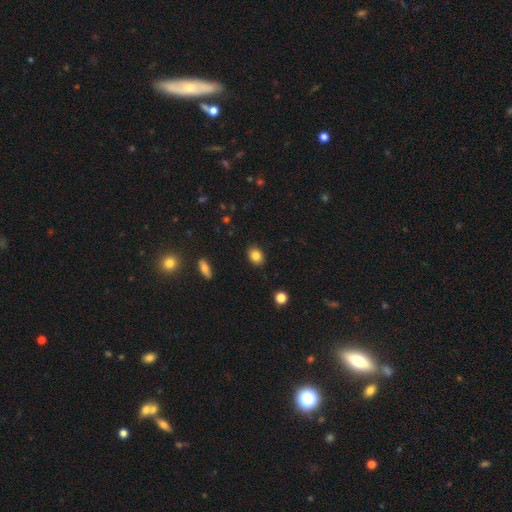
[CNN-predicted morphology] A smooth galaxy with no disk features (85%) that is in between round and cigar-shaped (64%).

Vote fractions:
- Smooth or featured? smooth: 85% / star or artifact: 9% / featured or disk: 6%
- How rounded? in between: 64% / round: 35% / cigar-shaped: 1%
- Merging? none: 88% / minor disturbance: 9% / major disturbance: 2% / merger: 1%